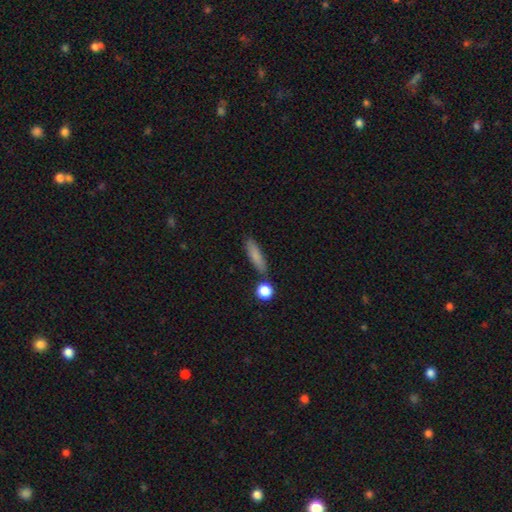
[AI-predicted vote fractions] Smooth or featured? Predicted: smooth (p=0.80). How rounded? Predicted: cigar-shaped (p=0.70). Merging? Predicted: none (p=0.77).